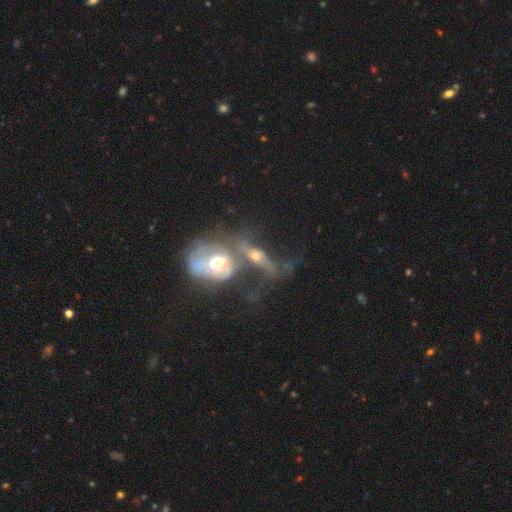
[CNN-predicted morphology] Smooth or featured: featured or disk — 67% (smooth — 22%)
Edge-on disk: no — 77% (yes — 23%)
Bar: no — 72% (weak — 18%)
Spiral arms: no — 57% (yes — 43%)
Bulge size: moderate — 64% (small — 15%)
Merging: merger — 62% (major disturbance — 19%)